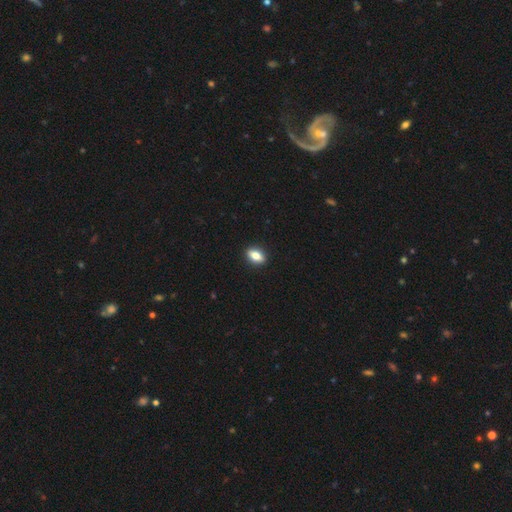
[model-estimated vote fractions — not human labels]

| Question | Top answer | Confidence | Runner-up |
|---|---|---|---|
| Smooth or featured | smooth | 74% | featured or disk (18%) |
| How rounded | in between | 80% | round (12%) |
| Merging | none | 90% | minor disturbance (7%) |